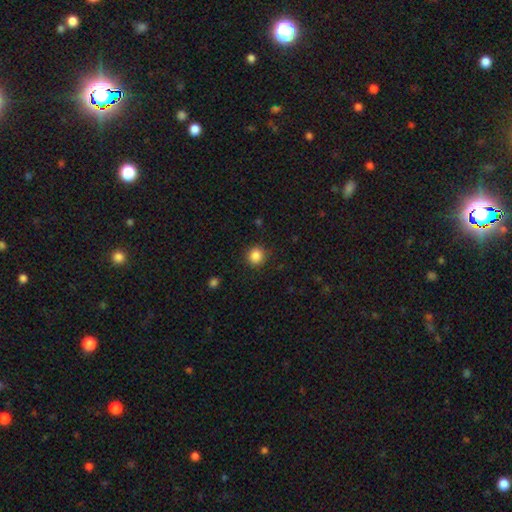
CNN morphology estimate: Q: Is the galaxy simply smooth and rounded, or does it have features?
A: smooth — 86%.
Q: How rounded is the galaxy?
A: round — 91%.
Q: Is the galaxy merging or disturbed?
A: none — 90%.